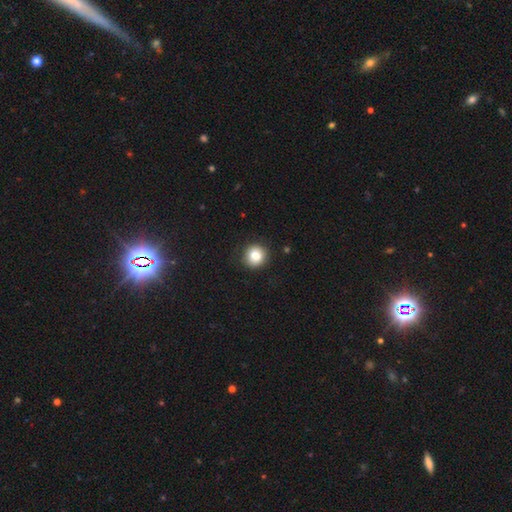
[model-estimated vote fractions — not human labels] Smooth or featured: smooth — 81% (star or artifact — 10%)
How rounded: round — 91% (in between — 8%)
Merging: none — 89% (minor disturbance — 8%)